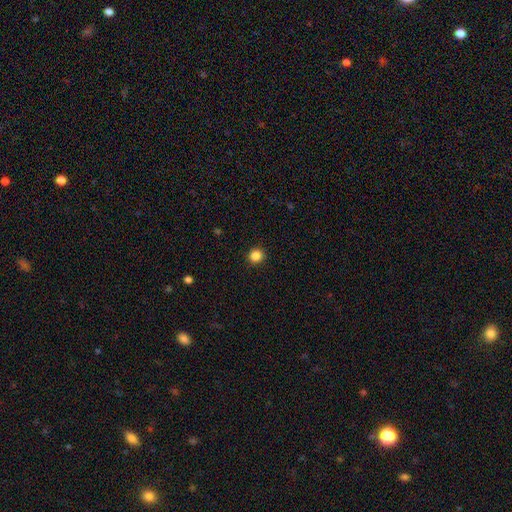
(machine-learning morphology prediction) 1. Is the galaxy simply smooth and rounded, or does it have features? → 86% smooth, 11% star or artifact, 3% featured or disk.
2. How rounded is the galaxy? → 91% round, 8% in between, 1% cigar-shaped.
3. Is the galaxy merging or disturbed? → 92% none, 5% minor disturbance, 2% major disturbance, 1% merger.